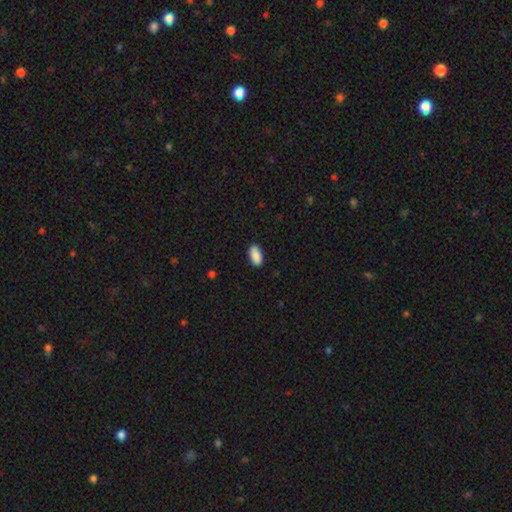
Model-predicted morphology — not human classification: A smooth galaxy with no disk features (90%) that is in between round and cigar-shaped (94%).

Vote fractions:
- Smooth or featured? smooth: 90% / star or artifact: 7% / featured or disk: 3%
- How rounded? in between: 94% / cigar-shaped: 4% / round: 2%
- Merging? none: 88% / minor disturbance: 9% / major disturbance: 2% / merger: 1%